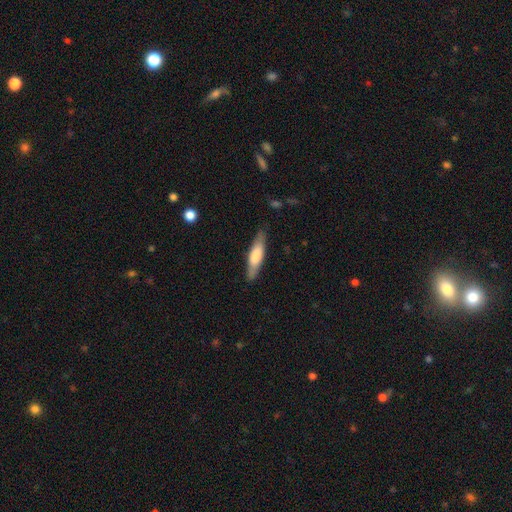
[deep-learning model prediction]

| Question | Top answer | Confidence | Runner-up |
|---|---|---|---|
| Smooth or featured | smooth | 66% | featured or disk (29%) |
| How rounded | cigar-shaped | 72% | in between (26%) |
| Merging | none | 84% | minor disturbance (12%) |